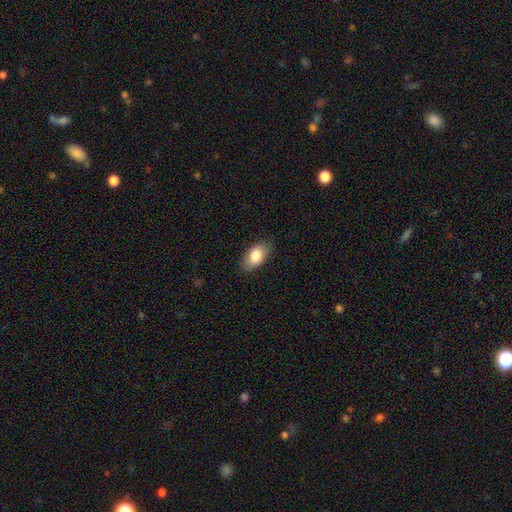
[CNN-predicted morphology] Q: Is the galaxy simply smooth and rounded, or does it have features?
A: smooth — 82%.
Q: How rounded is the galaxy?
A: in between — 92%.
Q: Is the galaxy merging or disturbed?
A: none — 83%.